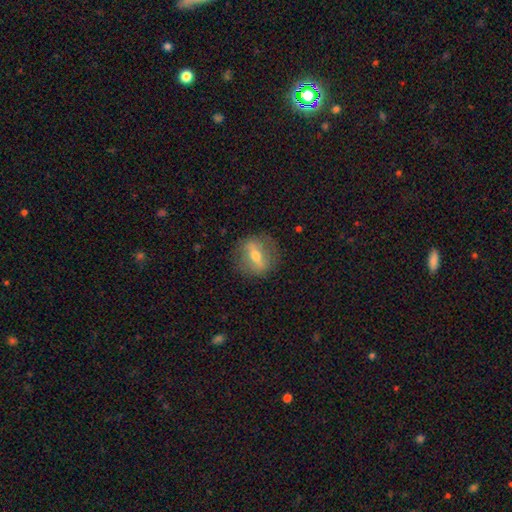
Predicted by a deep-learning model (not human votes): This is possibly a featured or disk galaxy (58%). It is likely not viewed edge-on (65%). Merging: clearly none (83%).